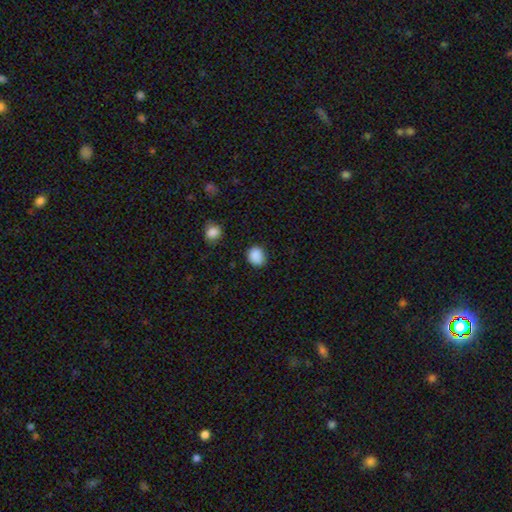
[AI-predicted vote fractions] Smooth or featured? smooth (88%)
How rounded? round (65%)
Merging? none (79%)